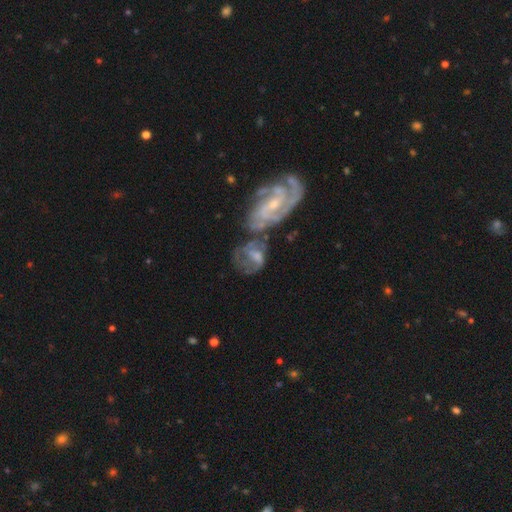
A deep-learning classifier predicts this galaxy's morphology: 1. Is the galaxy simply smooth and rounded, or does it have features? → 62% featured or disk, 30% smooth, 9% star or artifact.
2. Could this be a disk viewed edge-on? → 96% no, 4% yes.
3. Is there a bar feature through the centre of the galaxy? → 53% no, 35% weak, 11% strong.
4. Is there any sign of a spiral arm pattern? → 65% yes, 35% no.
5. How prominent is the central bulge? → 37% moderate, 29% small, 25% none, 7% large, 2% dominant.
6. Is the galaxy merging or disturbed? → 36% merger, 26% none, 22% major disturbance, 16% minor disturbance.